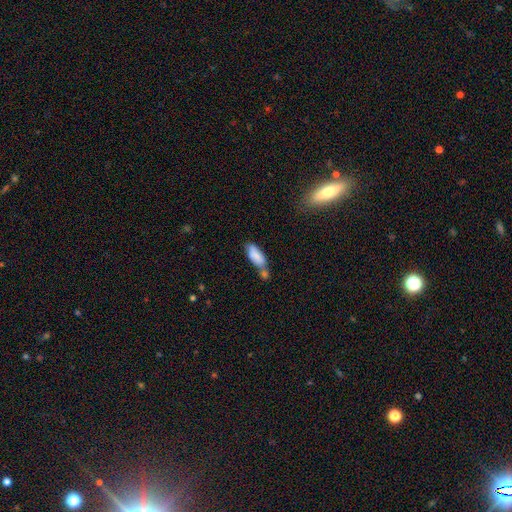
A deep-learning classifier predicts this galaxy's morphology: A smooth galaxy with no disk features (83%) that is in between round and cigar-shaped (74%).

Vote fractions:
- Smooth or featured? smooth: 83% / featured or disk: 10% / star or artifact: 7%
- How rounded? in between: 74% / cigar-shaped: 24% / round: 2%
- Merging? merger: 42% / none: 35% / minor disturbance: 17% / major disturbance: 6%